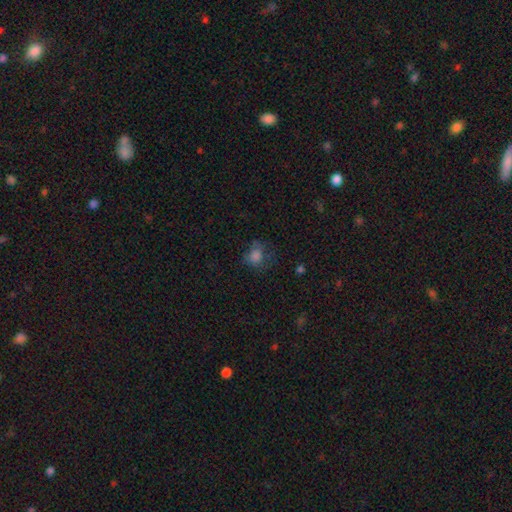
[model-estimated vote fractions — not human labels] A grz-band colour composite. It shows a smooth galaxy with no disk features (70%) that is round (67%). Merging: none (50%).